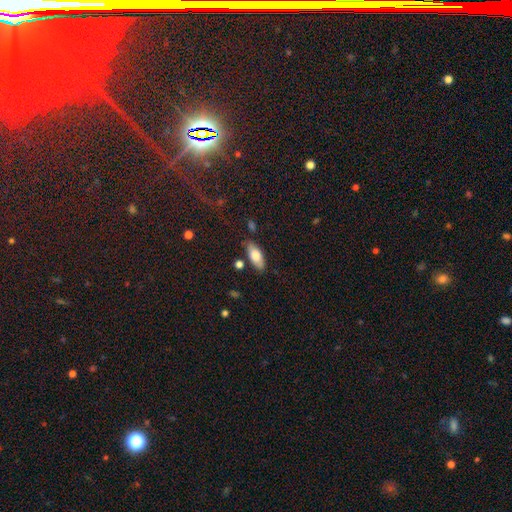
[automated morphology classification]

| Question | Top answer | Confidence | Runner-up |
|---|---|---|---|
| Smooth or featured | smooth | 74% | featured or disk (20%) |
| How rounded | in between | 83% | cigar-shaped (14%) |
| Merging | none | 80% | minor disturbance (14%) |